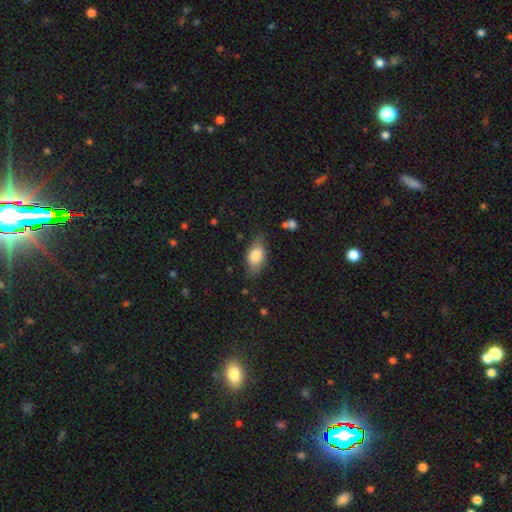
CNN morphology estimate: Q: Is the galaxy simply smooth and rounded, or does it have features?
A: smooth — 78%.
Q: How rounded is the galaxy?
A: in between — 89%.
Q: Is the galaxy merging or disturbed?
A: none — 71%.